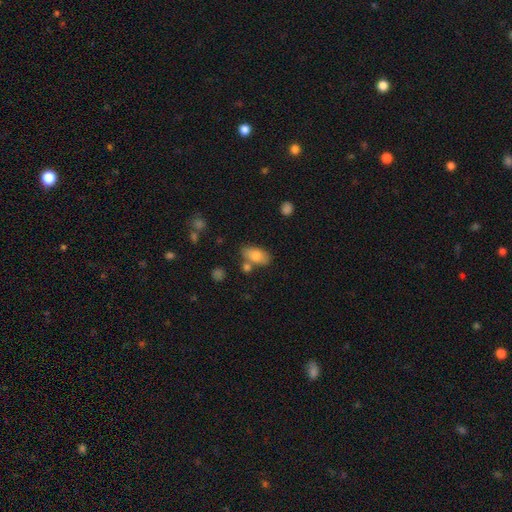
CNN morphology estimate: Smooth or featured? smooth (78%)
How rounded? in between (91%)
Merging? none (63%)